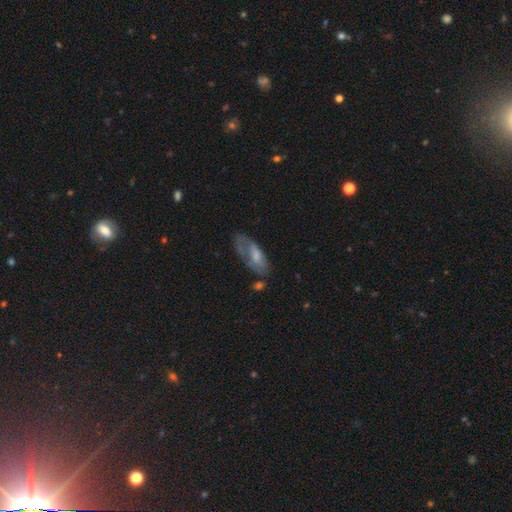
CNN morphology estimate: This appears to be a smooth galaxy with no disk features (55%) that is in between round and cigar-shaped (80%). Merging: none (38%).